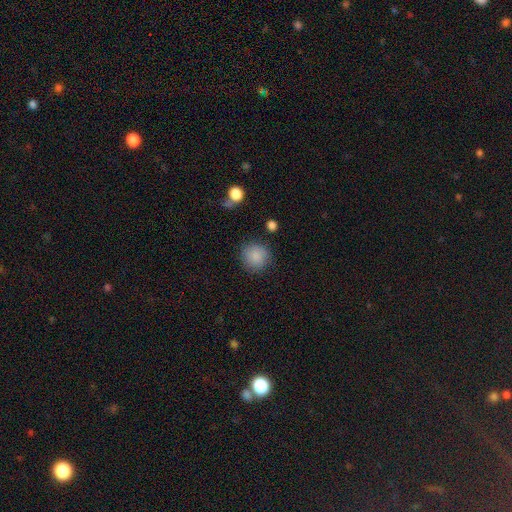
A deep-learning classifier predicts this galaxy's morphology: smooth_or_featured: smooth (p=0.86) [alt: star or artifact p=0.08]
how_rounded: round (p=0.92) [alt: in between p=0.07]
merging: none (p=0.83) [alt: minor disturbance p=0.11]